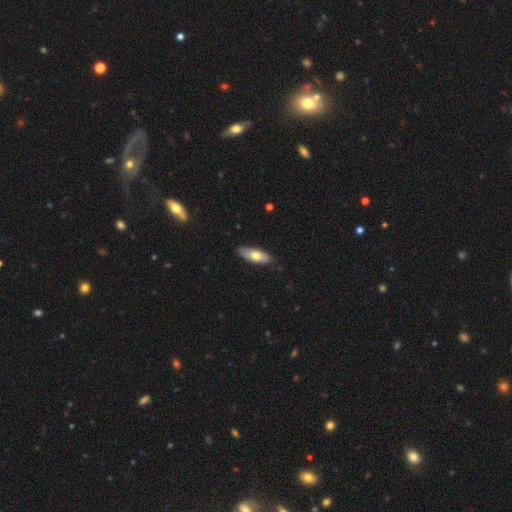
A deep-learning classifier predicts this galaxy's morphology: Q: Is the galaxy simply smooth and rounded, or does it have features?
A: smooth — 68%.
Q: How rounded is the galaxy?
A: in between — 71%.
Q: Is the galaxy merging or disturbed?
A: none — 84%.